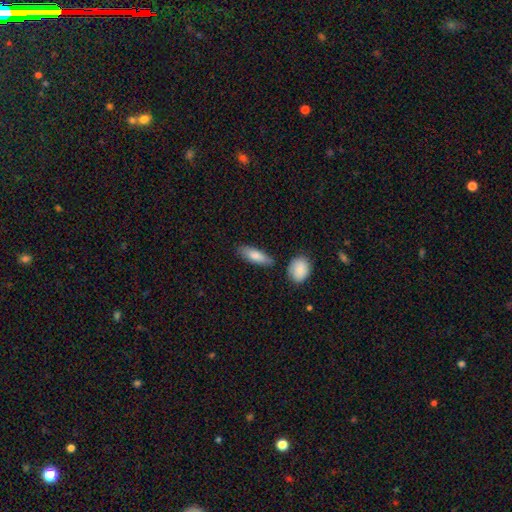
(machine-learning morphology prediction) A smooth galaxy with no disk features (80%) that is in between round and cigar-shaped (62%). Merging: none (76%).